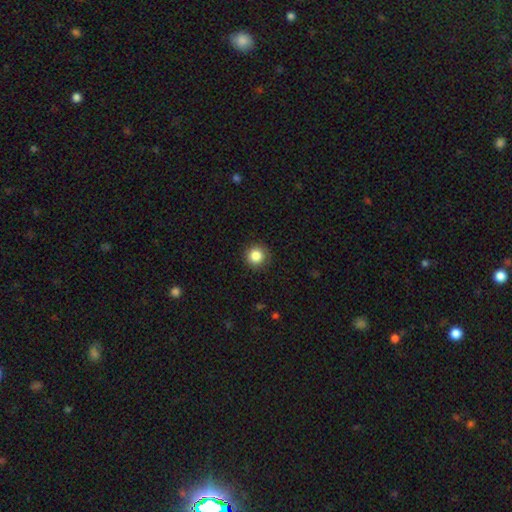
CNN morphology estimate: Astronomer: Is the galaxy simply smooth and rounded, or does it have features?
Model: smooth — 85%.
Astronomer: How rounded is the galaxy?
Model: round — 95%.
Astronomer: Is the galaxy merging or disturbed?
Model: none — 92%.